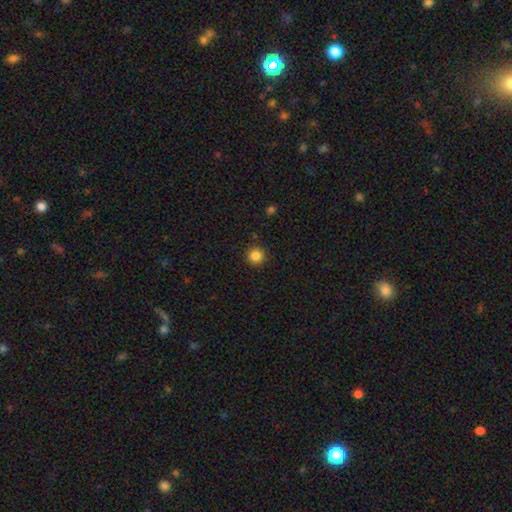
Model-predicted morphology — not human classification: smooth 86%, star or artifact 11%, featured or disk 4%. Down the decision tree: how rounded — round (95%); merging — none (91%).